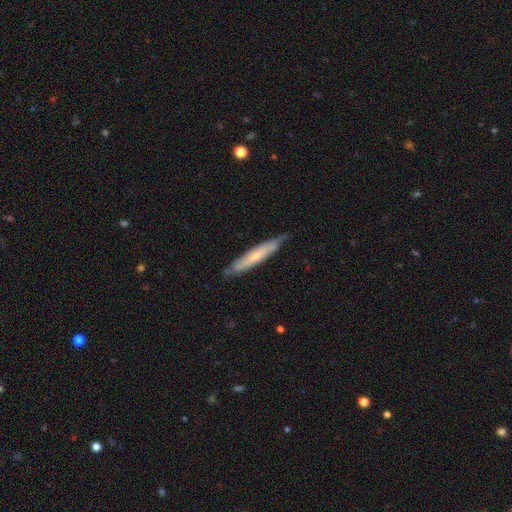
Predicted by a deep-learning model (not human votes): smooth-or-featured: smooth: 48% | featured or disk: 46% | star or artifact: 6%
  merging: none: 77% | minor disturbance: 19% | major disturbance: 3% | merger: 1%